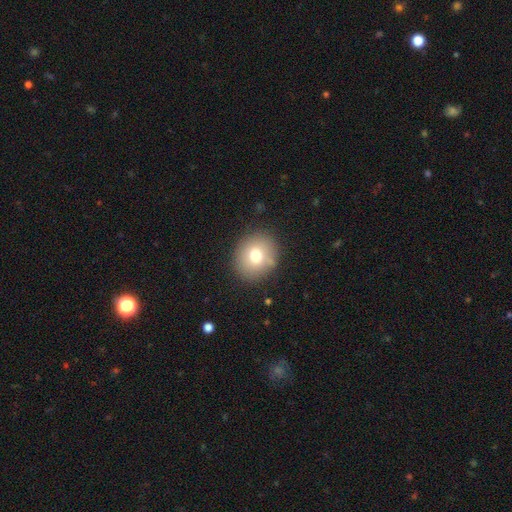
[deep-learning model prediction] smooth_or_featured: smooth (p=0.73) [alt: featured or disk p=0.15]
how_rounded: round (p=0.75) [alt: in between p=0.24]
merging: none (p=0.85) [alt: minor disturbance p=0.10]